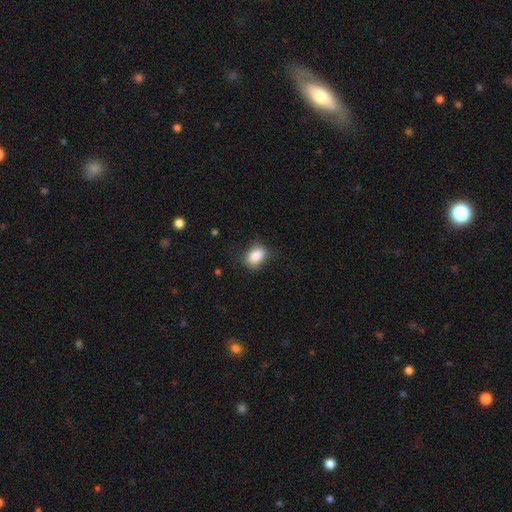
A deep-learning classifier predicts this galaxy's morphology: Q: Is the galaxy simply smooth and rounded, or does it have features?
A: smooth — 87%.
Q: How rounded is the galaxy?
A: in between — 77%.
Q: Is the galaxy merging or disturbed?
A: none — 73%.